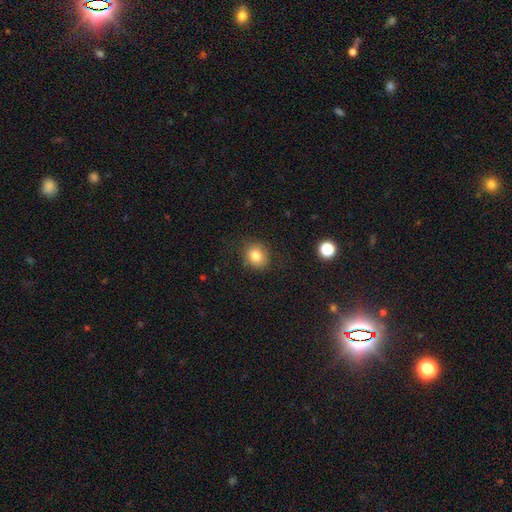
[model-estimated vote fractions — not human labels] smooth 82%, star or artifact 11%, featured or disk 7%. Down the decision tree: how rounded — round (77%); merging — none (83%).